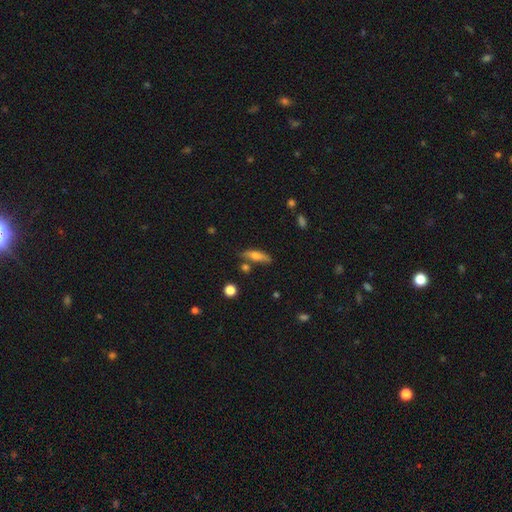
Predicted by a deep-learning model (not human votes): Smooth or featured?
  - smooth: 59% *
  - featured or disk: 34%
  - star or artifact: 7%
How rounded?
  - cigar-shaped: 63% *
  - in between: 34%
  - round: 3%
Merging?
  - none: 70% *
  - minor disturbance: 17%
  - merger: 9%
  - major disturbance: 4%